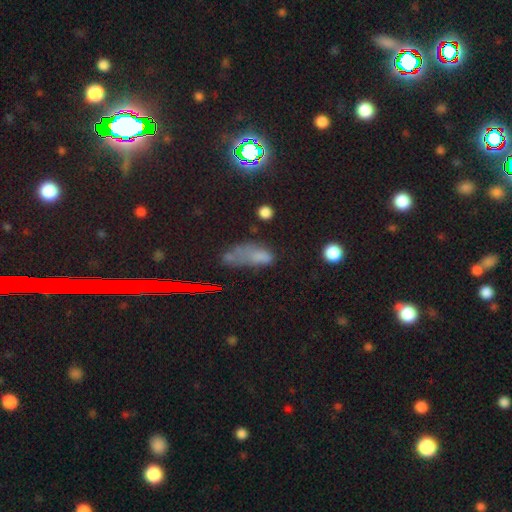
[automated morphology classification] Q: Smooth or featured?
A: smooth (52%); runner-up: star or artifact (31%)
Q: How rounded?
A: in between (71%); runner-up: cigar-shaped (18%)
Q: Merging?
A: none (34%); runner-up: major disturbance (28%)